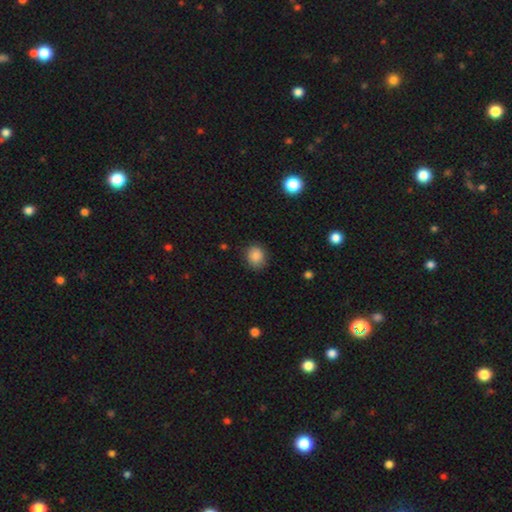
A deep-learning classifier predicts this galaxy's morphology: type=smooth (86%); roundness=round (64%); merging=none (83%).